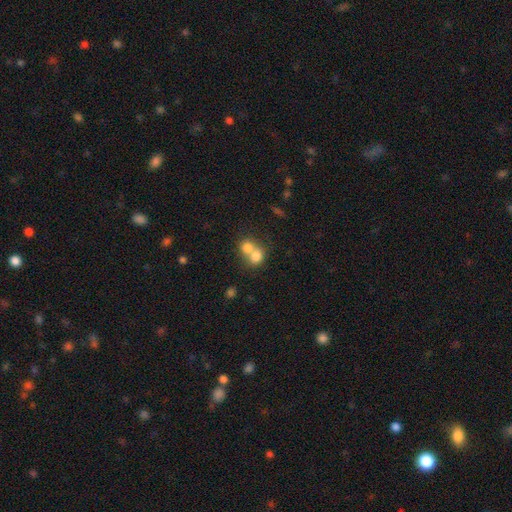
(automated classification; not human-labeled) smooth 75%, featured or disk 15%, star or artifact 10%. Down the decision tree: how rounded — round (68%); merging — merger (67%).